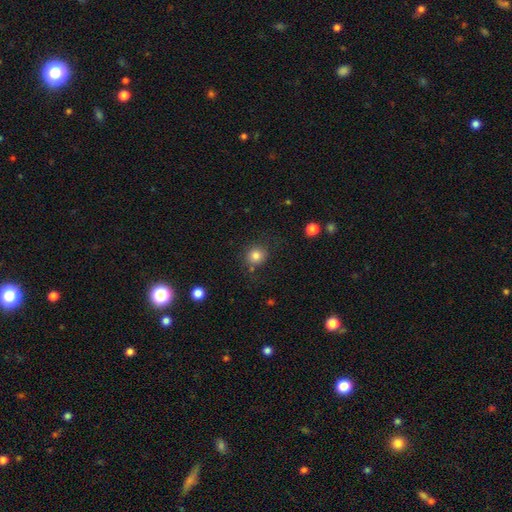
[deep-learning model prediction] smooth_or_featured: smooth (p=0.82) [alt: star or artifact p=0.12]
how_rounded: round (p=0.86) [alt: in between p=0.13]
merging: none (p=0.79) [alt: minor disturbance p=0.12]